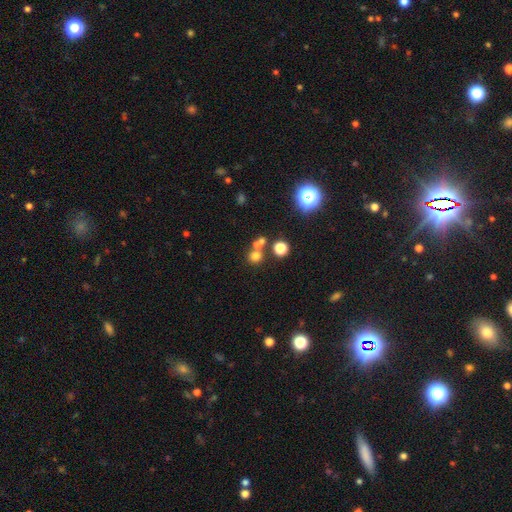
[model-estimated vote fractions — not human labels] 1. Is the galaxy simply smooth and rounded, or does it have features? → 68% smooth, 21% star or artifact, 10% featured or disk.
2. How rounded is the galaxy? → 87% round, 12% in between, 1% cigar-shaped.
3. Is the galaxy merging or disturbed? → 57% none, 33% merger, 7% minor disturbance, 4% major disturbance.